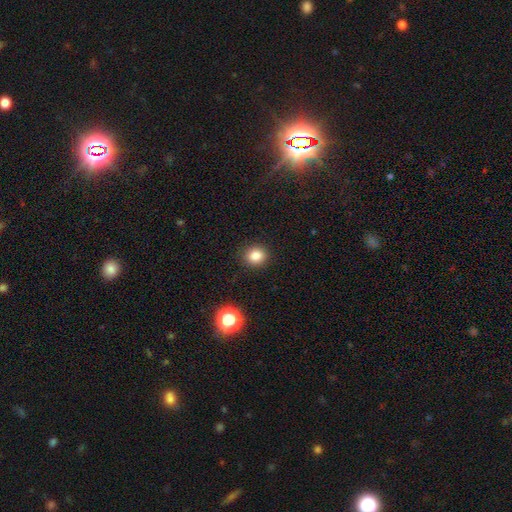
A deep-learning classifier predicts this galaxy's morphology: Smooth or featured?
  - smooth: 82% *
  - star or artifact: 13%
  - featured or disk: 5%
How rounded?
  - round: 83% *
  - in between: 17%
  - cigar-shaped: 1%
Merging?
  - none: 90% *
  - minor disturbance: 6%
  - major disturbance: 2%
  - merger: 1%